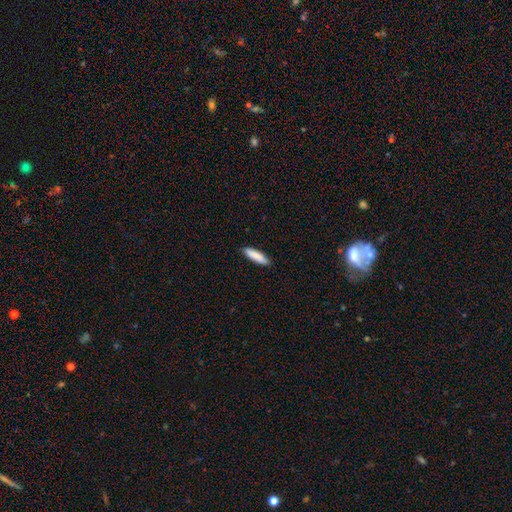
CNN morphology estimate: The model was most divided on "how rounded": cigar-shaped: 72%, in between: 26%, round: 1%. More confident: merging — none (89%); smooth or featured — smooth (86%).